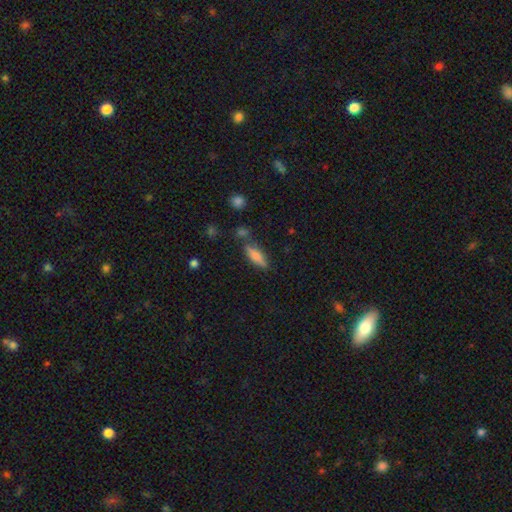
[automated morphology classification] Q: Smooth or featured?
A: smooth (66%); runner-up: featured or disk (26%)
Q: How rounded?
A: cigar-shaped (57%); runner-up: in between (41%)
Q: Merging?
A: none (73%); runner-up: minor disturbance (15%)